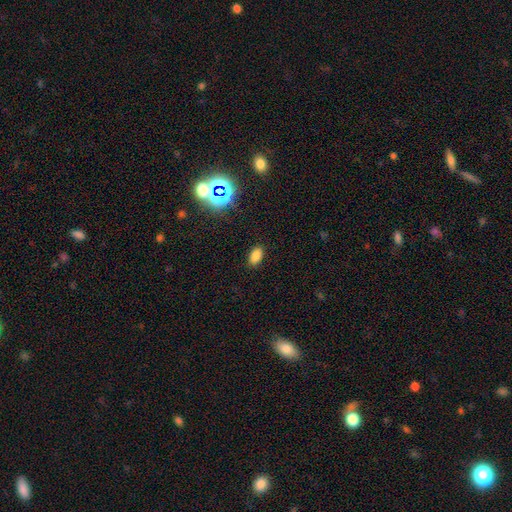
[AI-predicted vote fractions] Overall: smooth (80%). How rounded: in between (90%). Merging: none (87%).